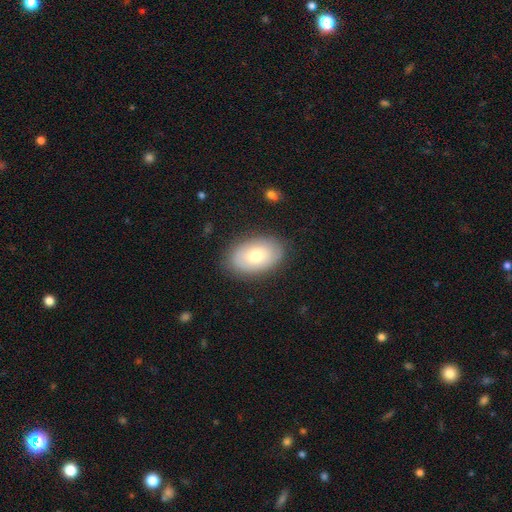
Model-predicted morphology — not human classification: A smooth galaxy with no disk features (69%) that is in between round and cigar-shaped (91%).

Vote fractions:
- Smooth or featured? smooth: 69% / featured or disk: 24% / star or artifact: 7%
- How rounded? in between: 91% / round: 8% / cigar-shaped: 1%
- Merging? none: 85% / minor disturbance: 11% / major disturbance: 3% / merger: 1%